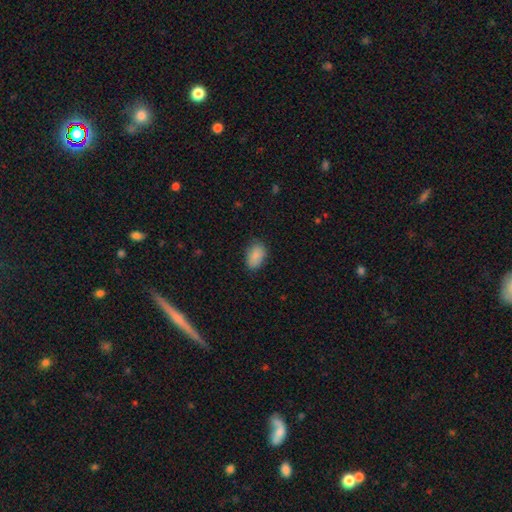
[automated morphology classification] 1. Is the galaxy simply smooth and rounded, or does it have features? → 87% smooth, 8% star or artifact, 5% featured or disk.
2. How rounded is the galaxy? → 88% in between, 10% round, 1% cigar-shaped.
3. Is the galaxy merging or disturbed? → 79% none, 17% minor disturbance, 3% major disturbance, 1% merger.